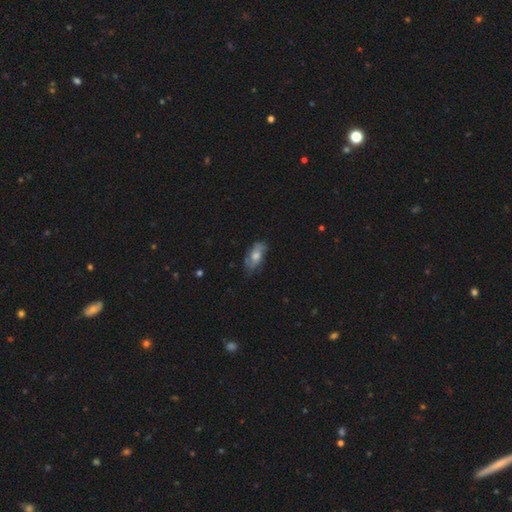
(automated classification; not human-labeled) The model was most divided on "smooth or featured": featured or disk: 52%, smooth: 38%, star or artifact: 10%. More confident: edge-on disk — no (86%); merging — none (72%).